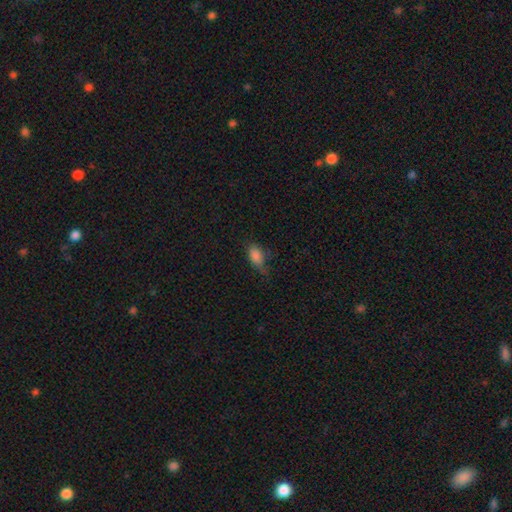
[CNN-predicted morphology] The model was most divided on "merging": none: 49%, minor disturbance: 35%, major disturbance: 14%, merger: 2%. More confident: how rounded — in between (88%); smooth or featured — smooth (83%).